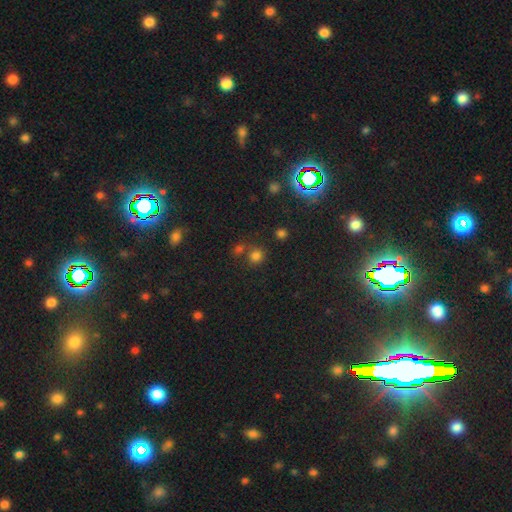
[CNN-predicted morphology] This appears to be a smooth galaxy with no disk features (73%) that is round (83%). Merging: none (61%).